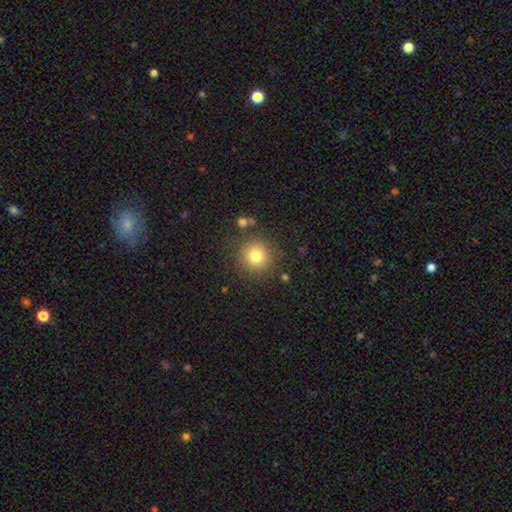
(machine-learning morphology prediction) Smooth or featured: smooth — 79% (star or artifact — 12%)
How rounded: round — 94% (in between — 5%)
Merging: none — 85% (minor disturbance — 8%)